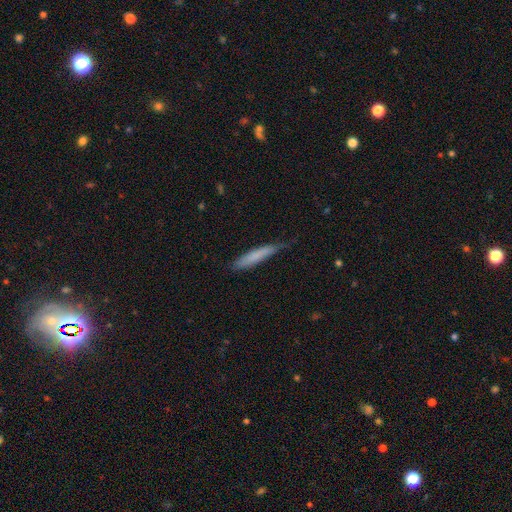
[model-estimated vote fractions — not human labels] This is likely a smooth galaxy (73%). How rounded: clearly cigar-shaped (91%). Merging: likely none (60%).